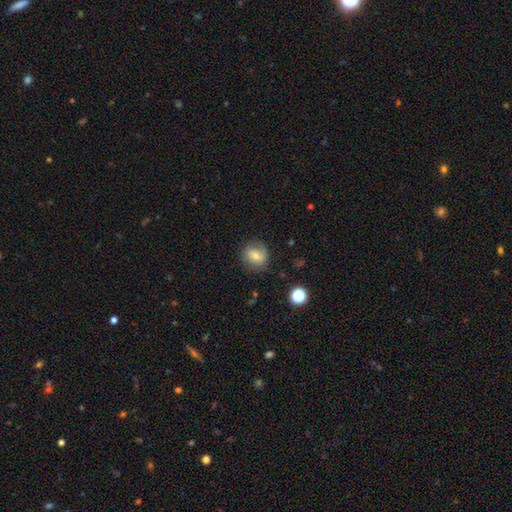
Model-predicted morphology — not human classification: A smooth galaxy with no disk features (68%) that is round (76%).

Vote fractions:
- Smooth or featured? smooth: 68% / featured or disk: 22% / star or artifact: 10%
- How rounded? round: 76% / in between: 23% / cigar-shaped: 1%
- Merging? none: 78% / minor disturbance: 15% / major disturbance: 5% / merger: 1%